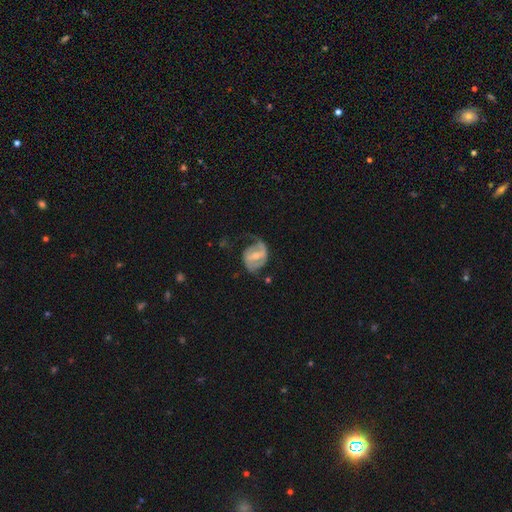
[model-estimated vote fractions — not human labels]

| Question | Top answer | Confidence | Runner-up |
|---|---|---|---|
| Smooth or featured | featured or disk | 71% | smooth (24%) |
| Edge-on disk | no | 96% | yes (4%) |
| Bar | strong | 45% | weak (40%) |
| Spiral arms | yes | 74% | no (26%) |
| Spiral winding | medium | 40% | loose (34%) |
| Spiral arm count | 2 | 65% | 1 (18%) |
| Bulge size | moderate | 59% | small (34%) |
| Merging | none | 46% | minor disturbance (26%) |